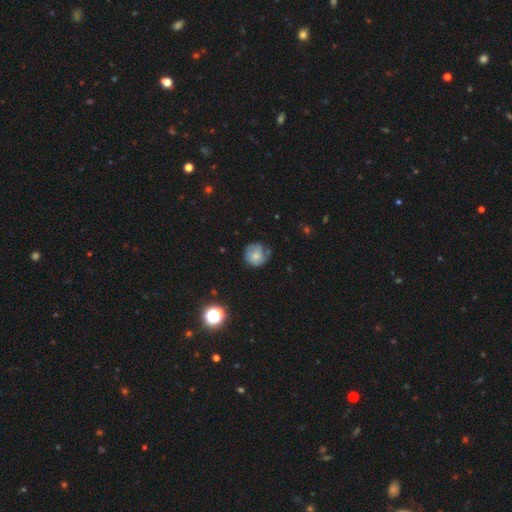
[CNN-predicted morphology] smooth_or_featured: smooth (p=0.48) [alt: featured or disk p=0.43]
merging: none (p=0.69) [alt: minor disturbance p=0.22]